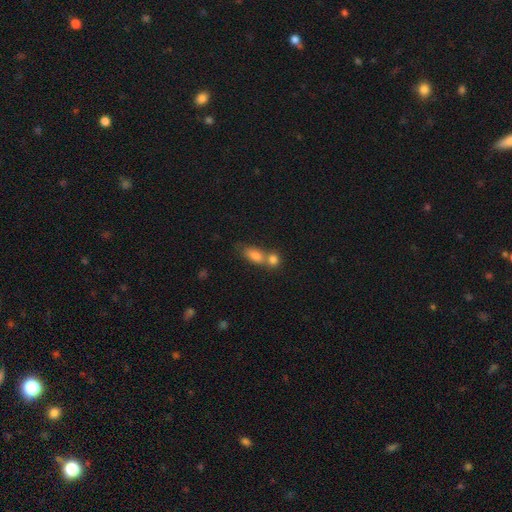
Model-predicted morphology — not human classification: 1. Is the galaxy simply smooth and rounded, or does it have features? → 80% smooth, 11% featured or disk, 9% star or artifact.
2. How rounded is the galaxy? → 76% in between, 15% round, 10% cigar-shaped.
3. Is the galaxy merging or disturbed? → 58% merger, 30% none, 8% minor disturbance, 4% major disturbance.